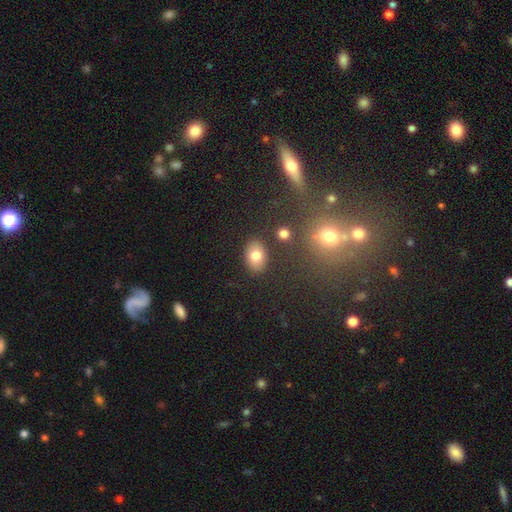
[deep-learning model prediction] Smooth or featured: smooth — 78% (featured or disk — 12%)
How rounded: in between — 77% (round — 22%)
Merging: none — 85% (minor disturbance — 9%)